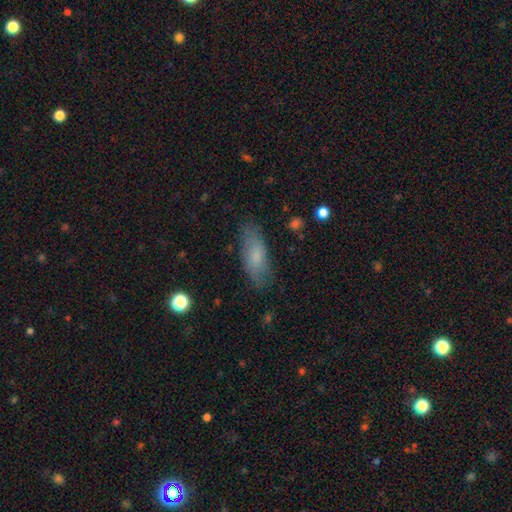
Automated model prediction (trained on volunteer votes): Smooth or featured? smooth (72%)
How rounded? in between (74%)
Merging? none (77%)